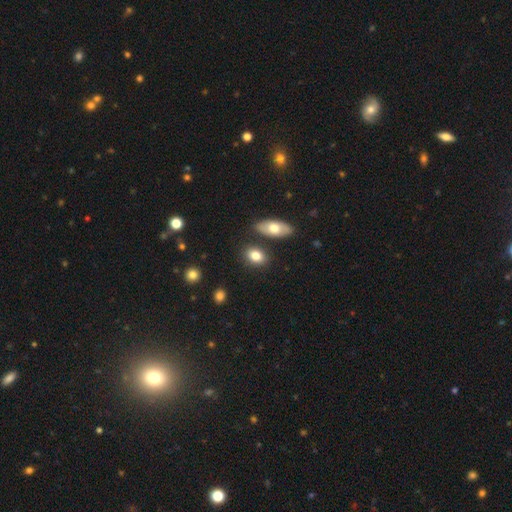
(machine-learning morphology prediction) The model was most divided on "how rounded": in between: 77%, round: 21%, cigar-shaped: 2%. More confident: smooth or featured — smooth (80%); merging — none (77%).